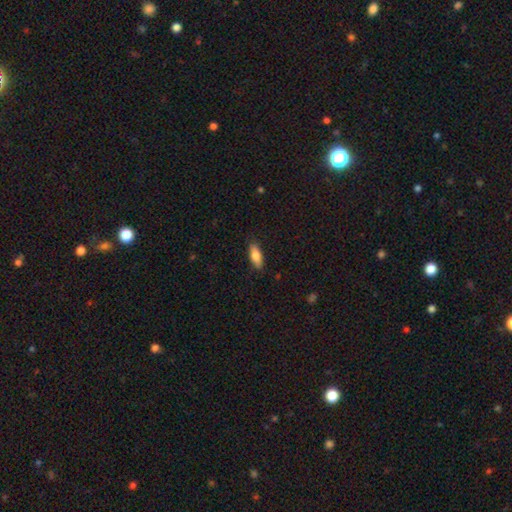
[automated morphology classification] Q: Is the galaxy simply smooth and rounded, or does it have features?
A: smooth — 78%.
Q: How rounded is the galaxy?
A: in between — 66%.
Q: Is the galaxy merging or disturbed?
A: none — 86%.